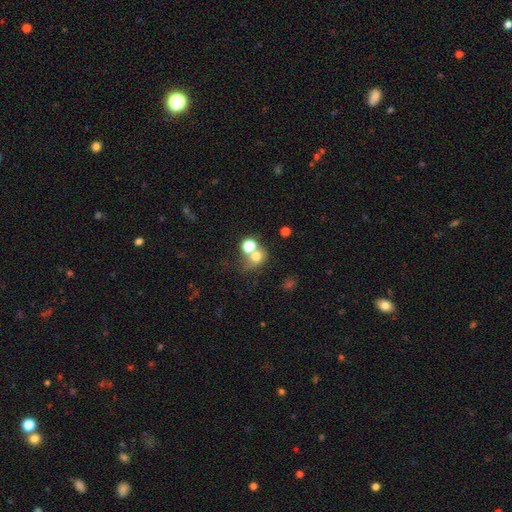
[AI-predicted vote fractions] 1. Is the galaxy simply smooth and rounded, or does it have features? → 67% smooth, 18% star or artifact, 15% featured or disk.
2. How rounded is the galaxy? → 69% round, 30% in between, 1% cigar-shaped.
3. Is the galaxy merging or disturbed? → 43% merger, 37% none, 11% minor disturbance, 9% major disturbance.